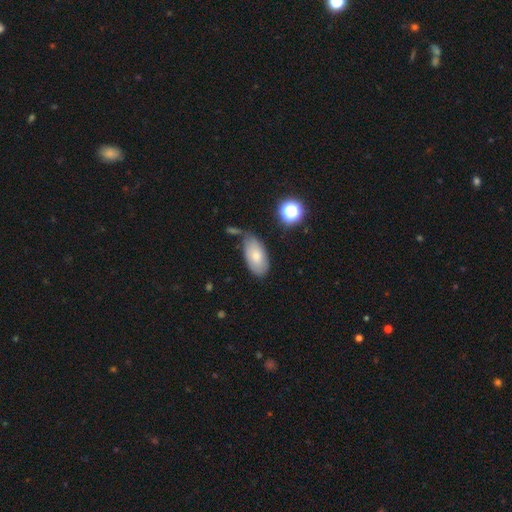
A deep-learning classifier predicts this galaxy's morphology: Smooth or featured?
  - smooth: 75% *
  - featured or disk: 17%
  - star or artifact: 8%
How rounded?
  - in between: 93% *
  - round: 4%
  - cigar-shaped: 3%
Merging?
  - none: 59% *
  - minor disturbance: 24%
  - merger: 10%
  - major disturbance: 7%